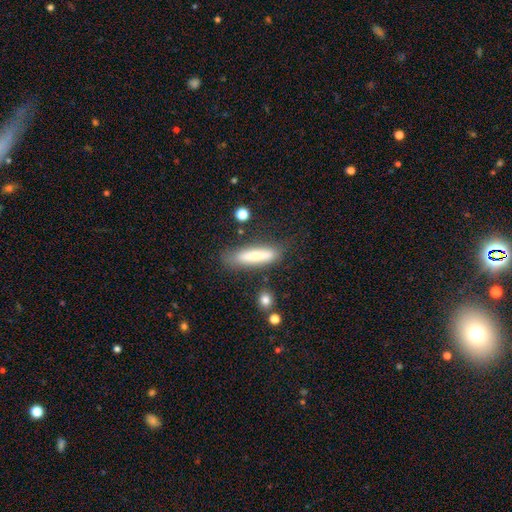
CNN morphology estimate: smooth 68%, featured or disk 22%, star or artifact 10%. Down the decision tree: how rounded — cigar-shaped (83%); merging — none (73%).